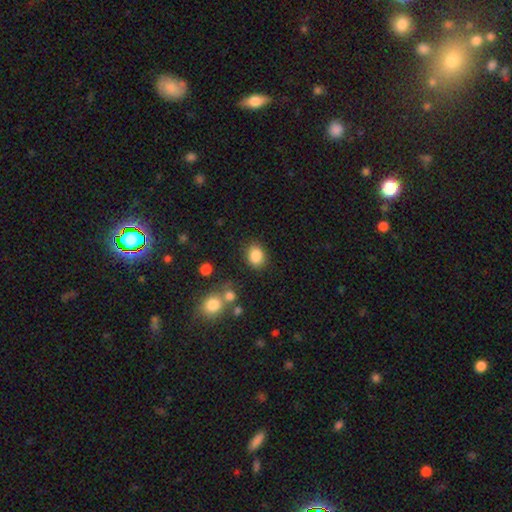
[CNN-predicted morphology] Smooth or featured?
  - smooth: 86% *
  - star or artifact: 9%
  - featured or disk: 5%
How rounded?
  - in between: 53% *
  - round: 46%
  - cigar-shaped: 1%
Merging?
  - none: 83% *
  - minor disturbance: 11%
  - major disturbance: 3%
  - merger: 3%